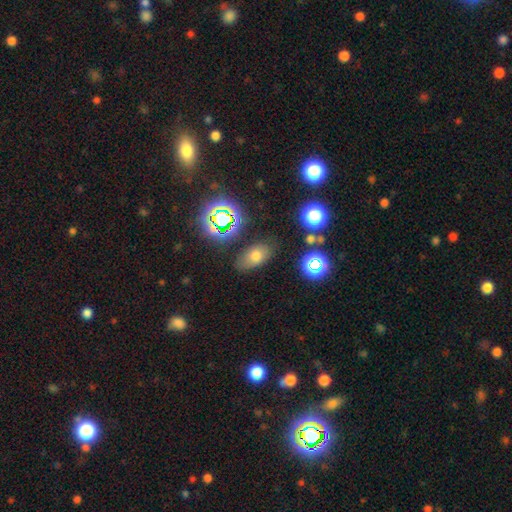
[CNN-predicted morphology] Smooth or featured? smooth (69%)
How rounded? in between (87%)
Merging? none (79%)